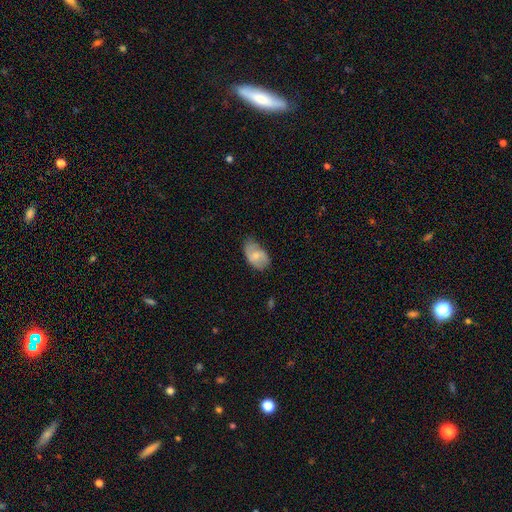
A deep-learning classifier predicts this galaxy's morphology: type=smooth (60%); roundness=in between (90%); merging=none (59%).